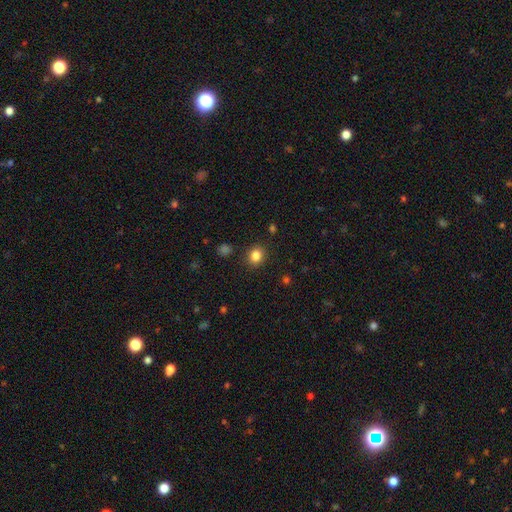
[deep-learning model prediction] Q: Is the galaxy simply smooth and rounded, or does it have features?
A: smooth — 84%.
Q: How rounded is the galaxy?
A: round — 68%.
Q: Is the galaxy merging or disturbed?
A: none — 88%.